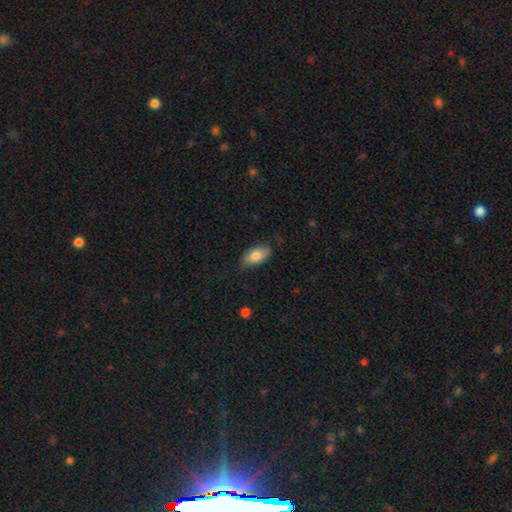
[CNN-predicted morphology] Q: Smooth or featured?
A: smooth (81%); runner-up: featured or disk (13%)
Q: How rounded?
A: in between (92%); runner-up: round (4%)
Q: Merging?
A: none (71%); runner-up: minor disturbance (23%)